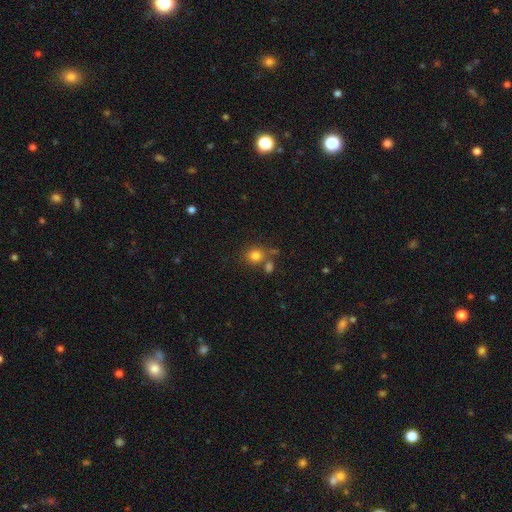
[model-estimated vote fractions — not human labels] smooth-or-featured: smooth: 80% | star or artifact: 12% | featured or disk: 7%
  how-rounded: round: 78% | in between: 21% | cigar-shaped: 1%
  merging: none: 62% | merger: 21% | minor disturbance: 12% | major disturbance: 5%